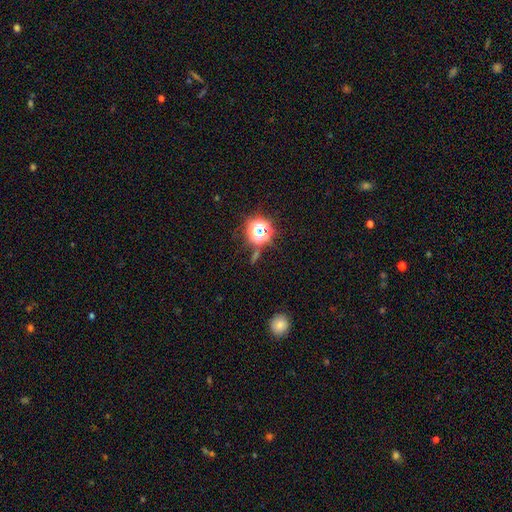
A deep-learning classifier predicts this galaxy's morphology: smooth_or_featured: star or artifact (p=0.65) [alt: smooth p=0.26]